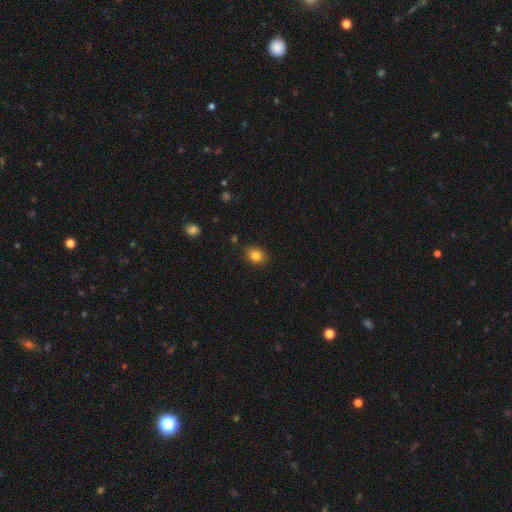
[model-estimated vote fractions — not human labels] Smooth or featured? Predicted: smooth (p=0.83). How rounded? Predicted: in between (p=0.57). Merging? Predicted: none (p=0.85).